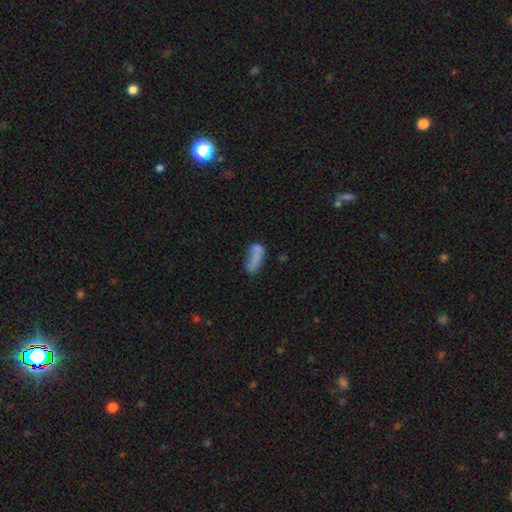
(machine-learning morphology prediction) This is likely a smooth galaxy (69%). How rounded: likely in between (74%). Merging: marginally none (37%).